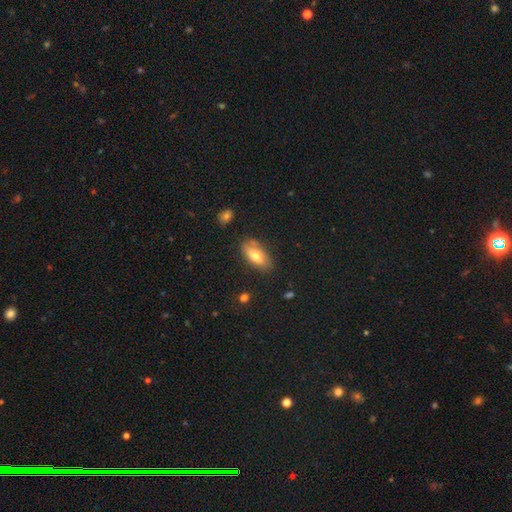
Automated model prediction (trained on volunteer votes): smooth-or-featured: smooth: 67% | featured or disk: 25% | star or artifact: 8%
  how-rounded: in between: 82% | cigar-shaped: 14% | round: 3%
  merging: none: 75% | minor disturbance: 17% | major disturbance: 4% | merger: 3%